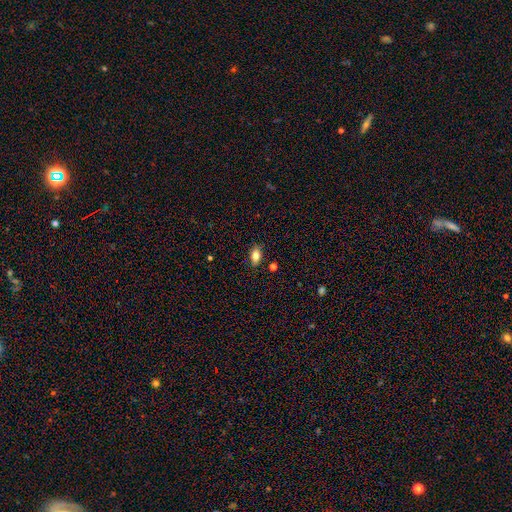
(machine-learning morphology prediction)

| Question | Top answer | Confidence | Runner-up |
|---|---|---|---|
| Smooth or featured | smooth | 78% | featured or disk (13%) |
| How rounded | in between | 88% | round (6%) |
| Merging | none | 85% | minor disturbance (11%) |